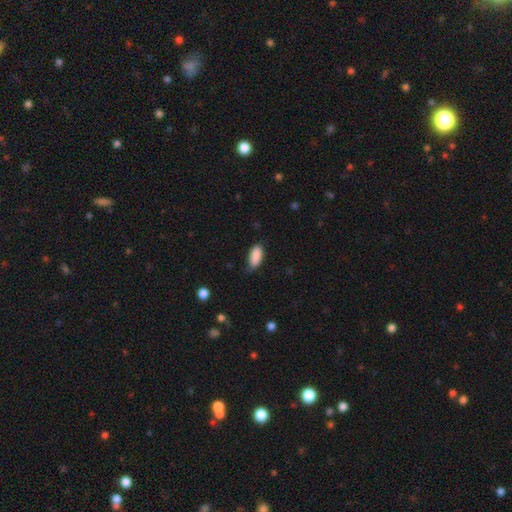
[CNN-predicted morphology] type=smooth (89%); roundness=in between (87%); merging=none (71%).